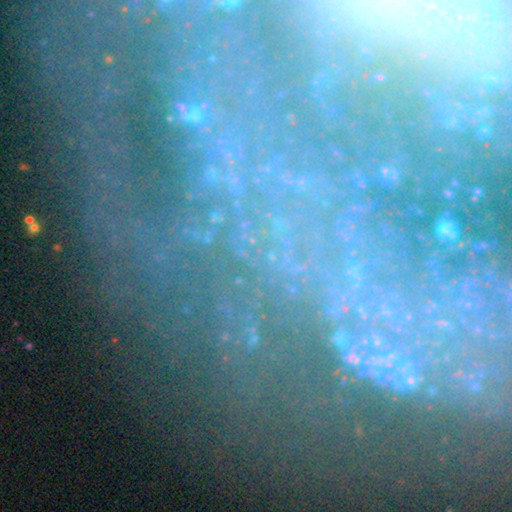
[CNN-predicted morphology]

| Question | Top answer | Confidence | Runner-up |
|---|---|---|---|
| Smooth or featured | star or artifact | 44% | featured or disk (41%) |